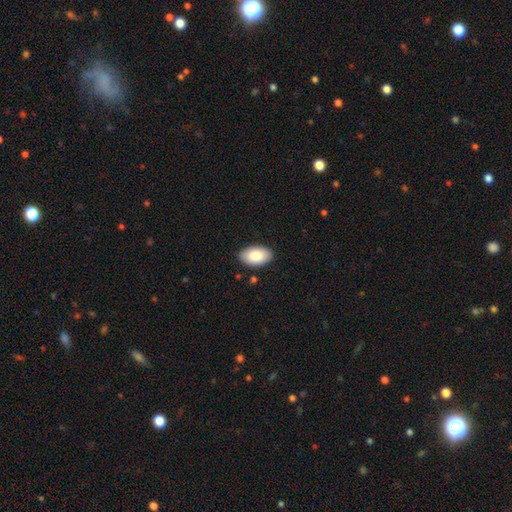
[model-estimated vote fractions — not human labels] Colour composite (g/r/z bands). It shows a smooth galaxy with no disk features (86%) that is in between round and cigar-shaped (95%). Merging: none (86%).